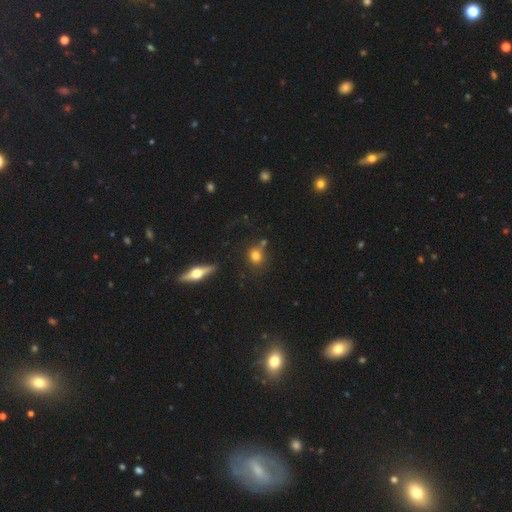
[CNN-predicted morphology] Smooth or featured? smooth (76%)
How rounded? round (70%)
Merging? none (66%)